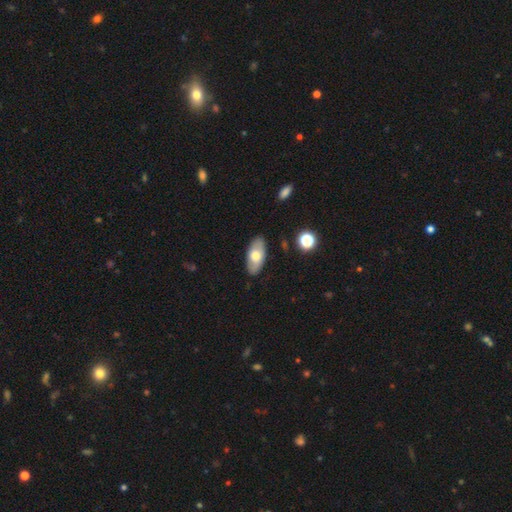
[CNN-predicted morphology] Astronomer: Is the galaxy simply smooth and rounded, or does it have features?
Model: smooth — 65%.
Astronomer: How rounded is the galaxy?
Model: in between — 92%.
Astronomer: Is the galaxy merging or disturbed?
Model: none — 86%.